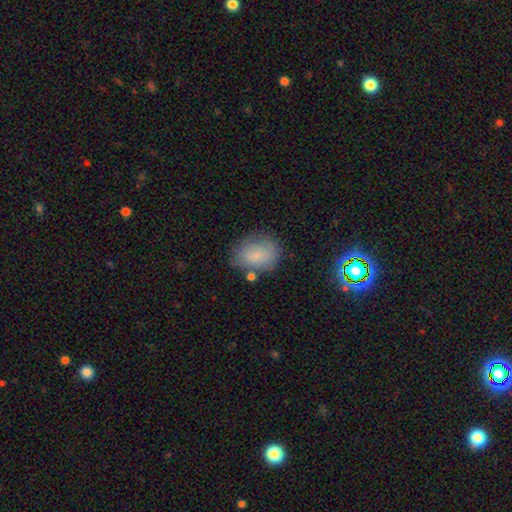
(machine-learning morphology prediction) The model was most divided on "how rounded": in between: 59%, round: 40%, cigar-shaped: 1%. More confident: smooth or featured — smooth (79%); merging — none (67%).